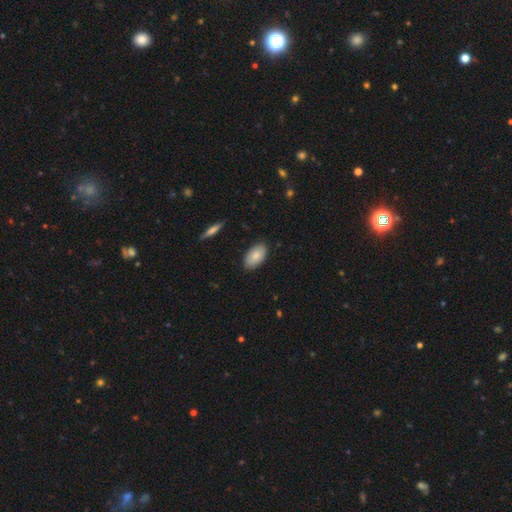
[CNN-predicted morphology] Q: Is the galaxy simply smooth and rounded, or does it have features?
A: smooth — 83%.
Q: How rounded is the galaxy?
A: in between — 95%.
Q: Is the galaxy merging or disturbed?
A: none — 86%.